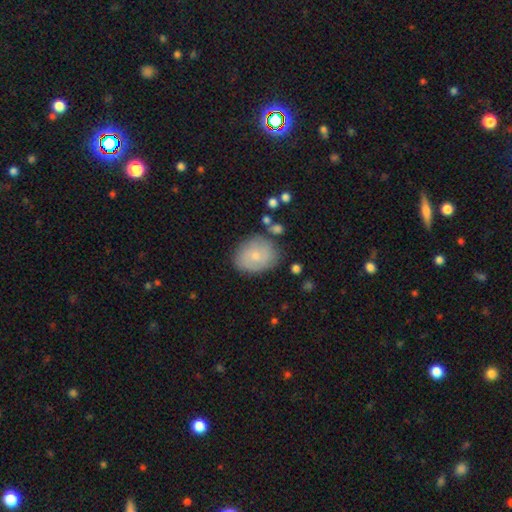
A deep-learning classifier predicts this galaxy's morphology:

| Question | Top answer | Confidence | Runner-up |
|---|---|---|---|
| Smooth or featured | smooth | 62% | featured or disk (31%) |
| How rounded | round | 53% | in between (46%) |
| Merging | none | 74% | minor disturbance (18%) |